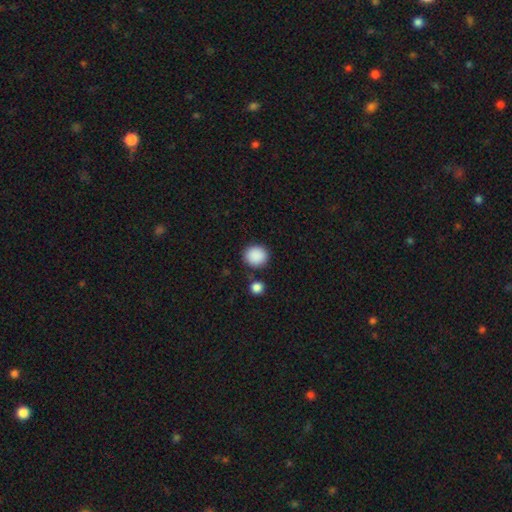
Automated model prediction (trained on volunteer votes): Smooth or featured: smooth — 89% (star or artifact — 8%)
How rounded: round — 88% (in between — 11%)
Merging: none — 84% (minor disturbance — 8%)